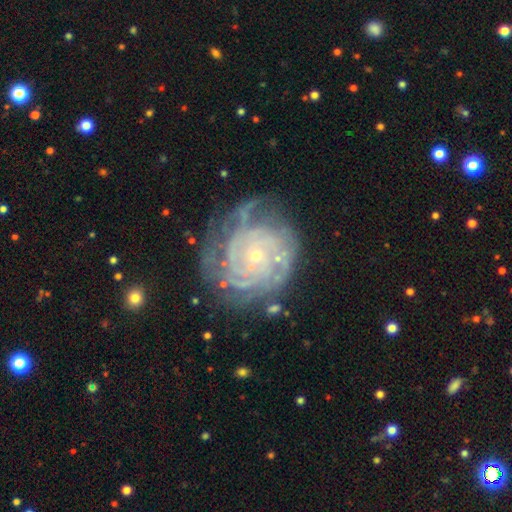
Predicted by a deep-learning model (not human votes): smooth_or_featured: featured or disk (p=0.86) [alt: smooth p=0.07]
disk_edge_on: no (p=0.97) [alt: yes p=0.03]
bar: no (p=0.82) [alt: weak p=0.14]
has_spiral_arms: yes (p=0.95) [alt: no p=0.05]
spiral_winding: tight (p=0.79) [alt: medium p=0.17]
spiral_arm_count: can't tell (p=0.32) [alt: 4 p=0.21]
bulge_size: small (p=0.83) [alt: moderate p=0.14]
merging: none (p=0.65) [alt: minor disturbance p=0.22]